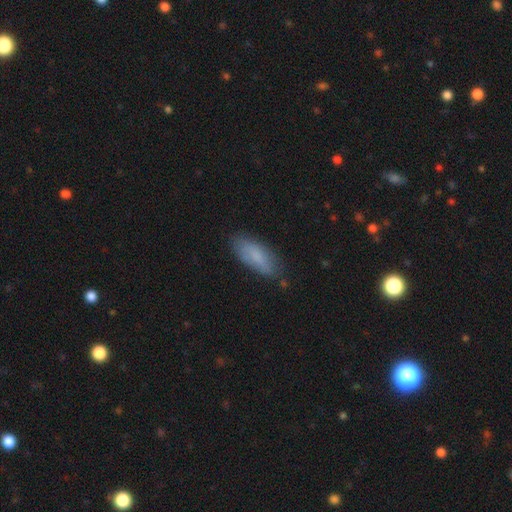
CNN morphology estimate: This is likely a smooth galaxy (78%). How rounded: likely in between (68%). Merging: likely none (75%).